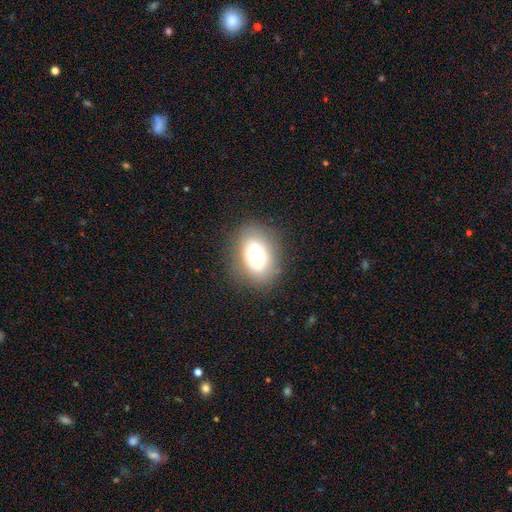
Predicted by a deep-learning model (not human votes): This is likely a smooth galaxy (67%). How rounded: likely in between (76%). Merging: clearly none (81%).